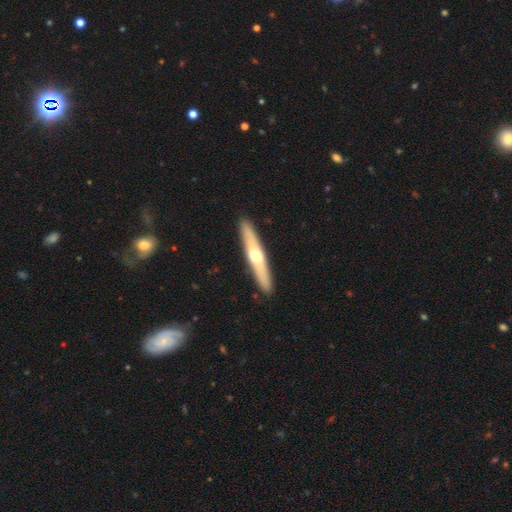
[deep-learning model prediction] This appears to be a featured or disk galaxy (52%) viewed edge-on (90%). Merging: none (91%).